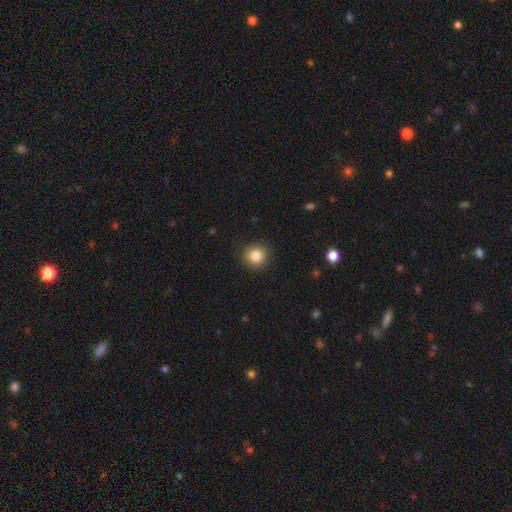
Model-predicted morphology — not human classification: smooth 85%, star or artifact 10%, featured or disk 5%. Down the decision tree: how rounded — round (91%); merging — none (89%).